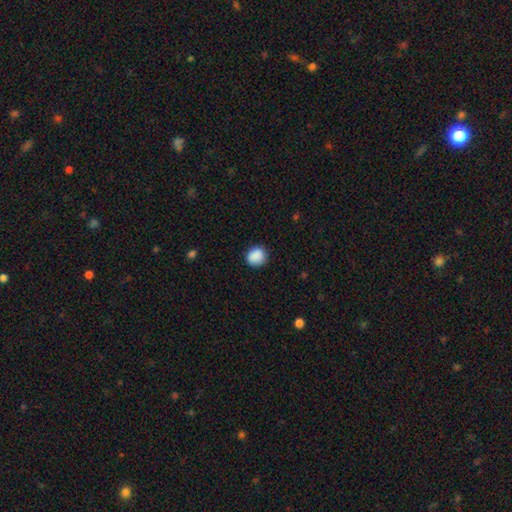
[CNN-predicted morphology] This is clearly a smooth galaxy (89%). How rounded: likely round (76%). Merging: clearly none (83%).